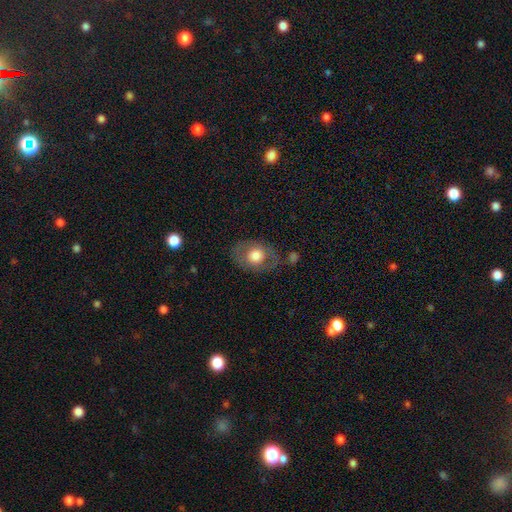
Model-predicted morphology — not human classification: Smooth or featured? smooth (62%)
How rounded? in between (65%)
Merging? none (76%)